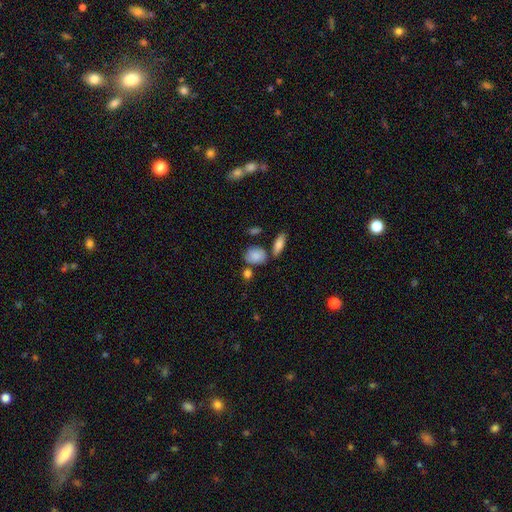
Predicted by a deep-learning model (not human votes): smooth 84%, featured or disk 8%, star or artifact 8%. Down the decision tree: how rounded — in between (63%); merging — none (64%).